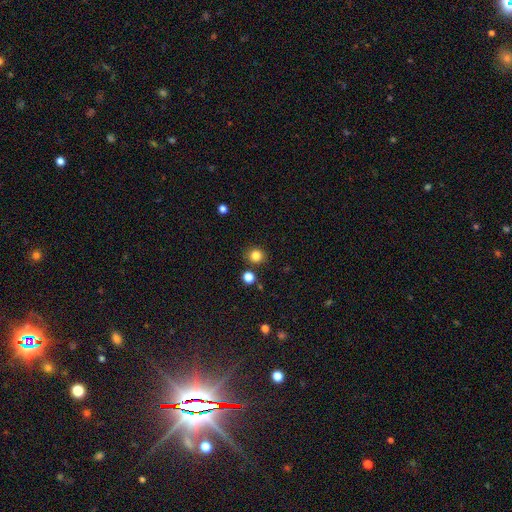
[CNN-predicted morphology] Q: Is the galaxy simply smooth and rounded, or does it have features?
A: smooth — 83%.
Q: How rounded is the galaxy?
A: round — 89%.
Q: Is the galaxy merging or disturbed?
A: none — 86%.